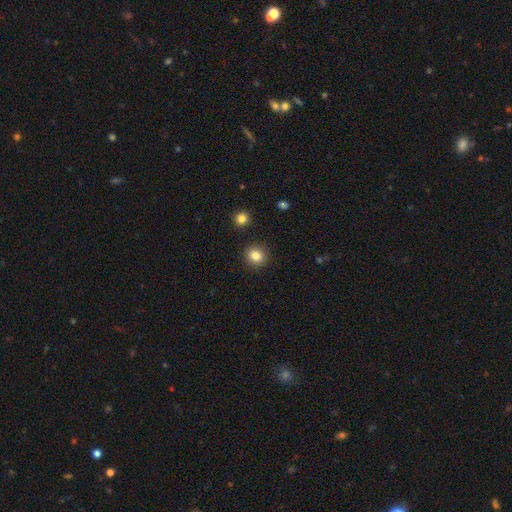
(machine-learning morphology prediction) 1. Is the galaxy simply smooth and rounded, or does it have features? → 84% smooth, 10% star or artifact, 6% featured or disk.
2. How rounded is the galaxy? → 83% round, 16% in between, 1% cigar-shaped.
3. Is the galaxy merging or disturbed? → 91% none, 6% minor disturbance, 2% major disturbance, 2% merger.